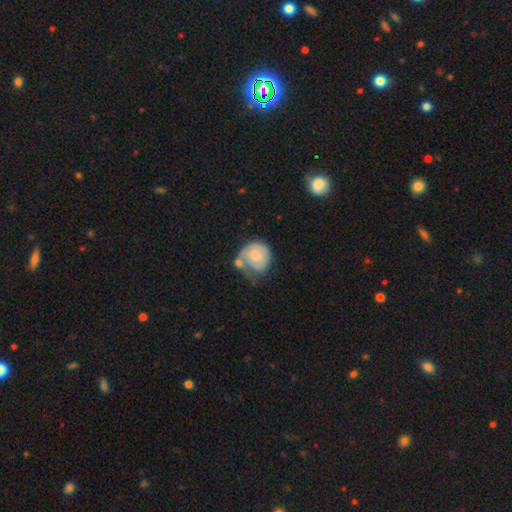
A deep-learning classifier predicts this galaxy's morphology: Smooth or featured?
  - featured or disk: 55% *
  - smooth: 39%
  - star or artifact: 6%
Edge-on disk?
  - no: 98% *
  - yes: 2%
Bar?
  - no: 71% *
  - weak: 25%
  - strong: 4%
Spiral arms?
  - yes: 80% *
  - no: 20%
Bulge size?
  - small: 45% *
  - moderate: 33%
  - none: 14%
  - large: 6%
  - dominant: 2%
Merging?
  - none: 32% *
  - minor disturbance: 26%
  - merger: 21%
  - major disturbance: 21%